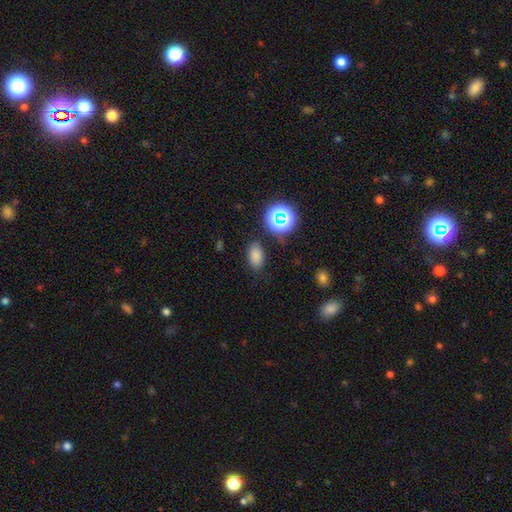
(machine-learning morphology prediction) Smooth or featured? Predicted: smooth (p=0.76). How rounded? Predicted: in between (p=0.88). Merging? Predicted: none (p=0.83).